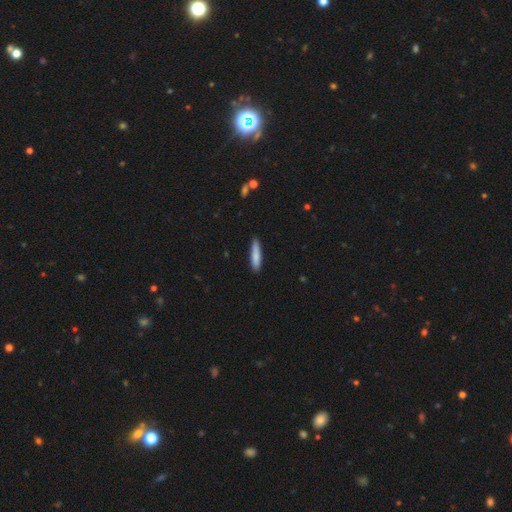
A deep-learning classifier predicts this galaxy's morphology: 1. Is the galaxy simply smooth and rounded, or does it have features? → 82% smooth, 12% featured or disk, 5% star or artifact.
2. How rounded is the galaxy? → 85% cigar-shaped, 14% in between, 1% round.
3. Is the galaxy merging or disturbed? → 86% none, 11% minor disturbance, 2% major disturbance, 1% merger.